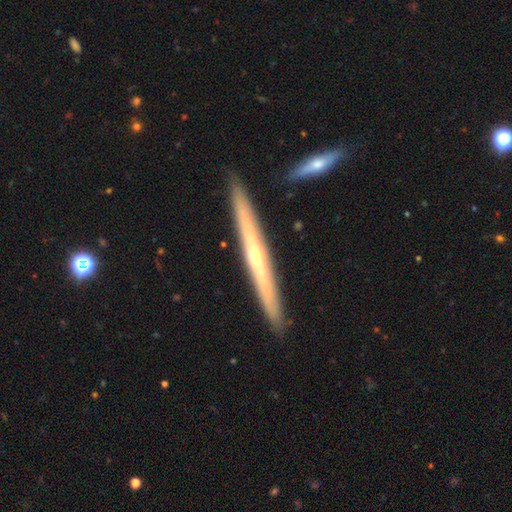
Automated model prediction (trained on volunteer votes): Smooth or featured? Predicted: featured or disk (p=0.72). Edge-on disk? Predicted: yes (p=0.95). Edge-on bulge? Predicted: rounded (p=0.71). Merging? Predicted: none (p=0.91).